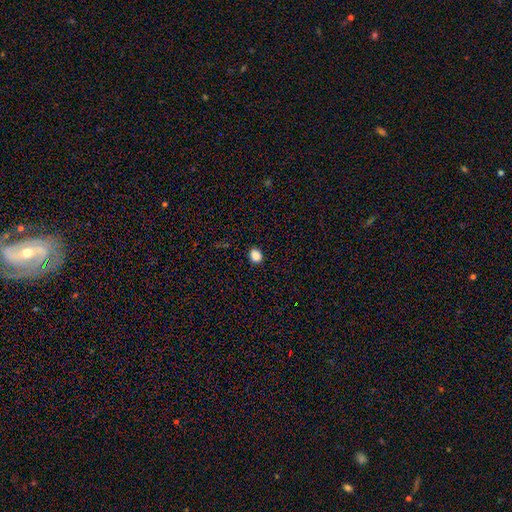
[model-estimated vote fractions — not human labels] A smooth galaxy with no disk features (86%) that is round (63%). Merging: none (90%).